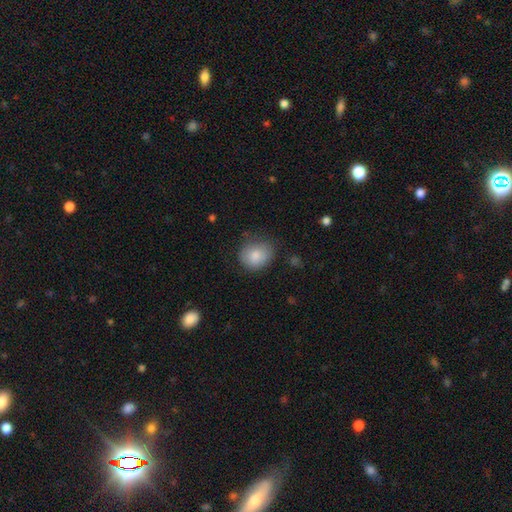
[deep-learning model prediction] Q: Smooth or featured?
A: smooth (84%); runner-up: featured or disk (8%)
Q: How rounded?
A: round (64%); runner-up: in between (35%)
Q: Merging?
A: none (67%); runner-up: minor disturbance (25%)